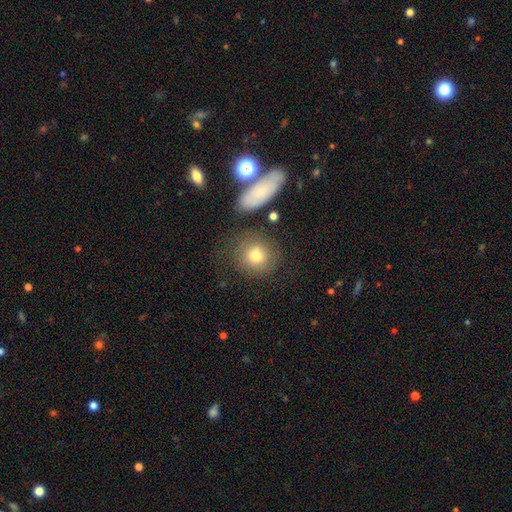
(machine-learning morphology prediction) Overall: smooth (75%). How rounded: round (87%). Merging: none (77%).